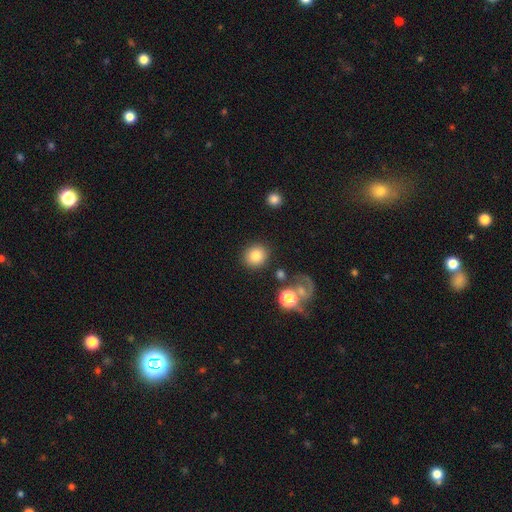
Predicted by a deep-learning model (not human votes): The model was most divided on "how rounded": round: 83%, in between: 16%, cigar-shaped: 1%. More confident: merging — none (85%); smooth or featured — smooth (81%).